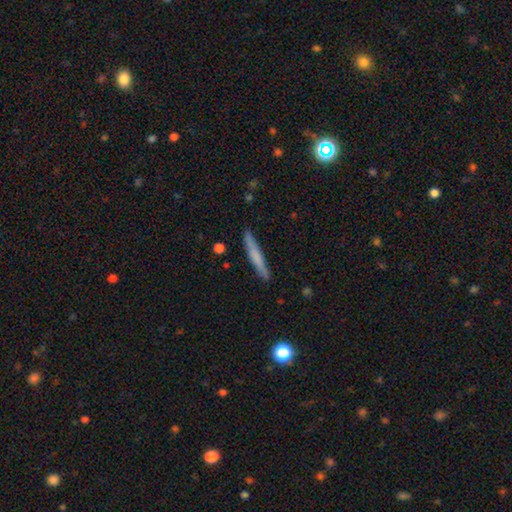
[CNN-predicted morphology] Smooth or featured?
  - smooth: 65% *
  - featured or disk: 29%
  - star or artifact: 6%
How rounded?
  - cigar-shaped: 95% *
  - in between: 4%
  - round: 1%
Merging?
  - none: 88% *
  - minor disturbance: 9%
  - major disturbance: 2%
  - merger: 1%